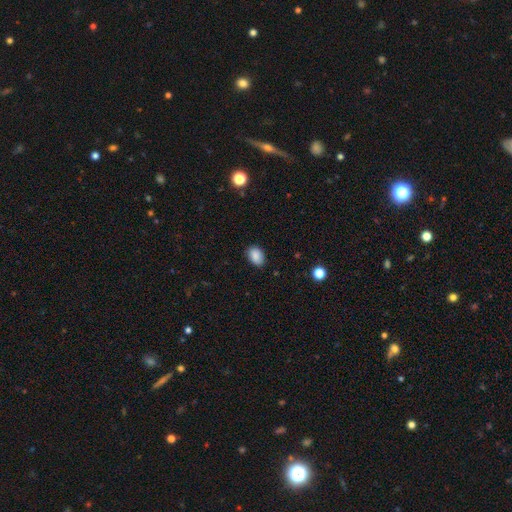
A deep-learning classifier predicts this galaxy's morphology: The model was most divided on "how rounded": in between: 83%, round: 16%, cigar-shaped: 1%. More confident: smooth or featured — smooth (87%); merging — none (85%).